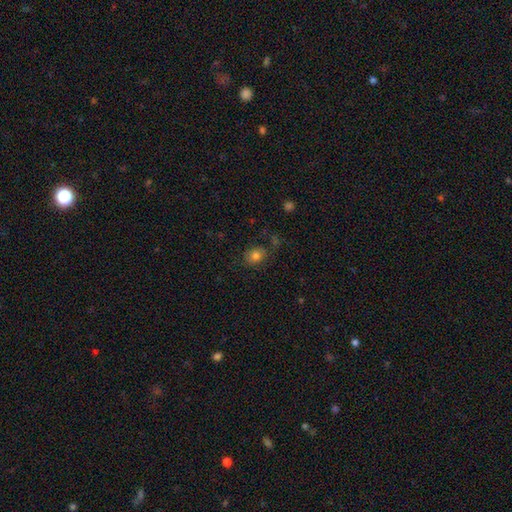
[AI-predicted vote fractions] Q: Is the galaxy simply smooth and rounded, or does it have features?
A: smooth — 80%.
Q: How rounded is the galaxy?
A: round — 55%.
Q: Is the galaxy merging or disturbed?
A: none — 77%.